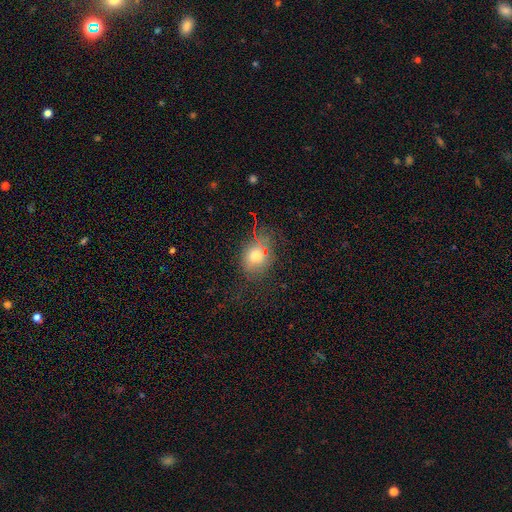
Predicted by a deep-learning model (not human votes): This appears to be a smooth galaxy with no disk features (69%) that is round (57%). Merging: none (70%).